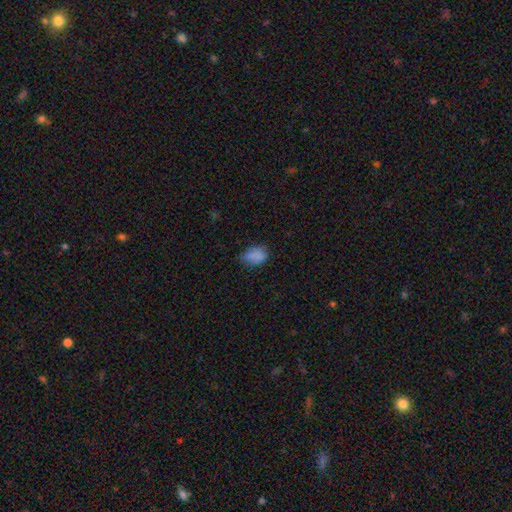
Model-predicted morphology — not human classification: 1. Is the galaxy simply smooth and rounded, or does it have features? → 84% smooth, 11% star or artifact, 6% featured or disk.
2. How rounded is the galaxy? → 80% in between, 18% round, 2% cigar-shaped.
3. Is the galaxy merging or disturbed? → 54% none, 35% minor disturbance, 9% major disturbance, 2% merger.